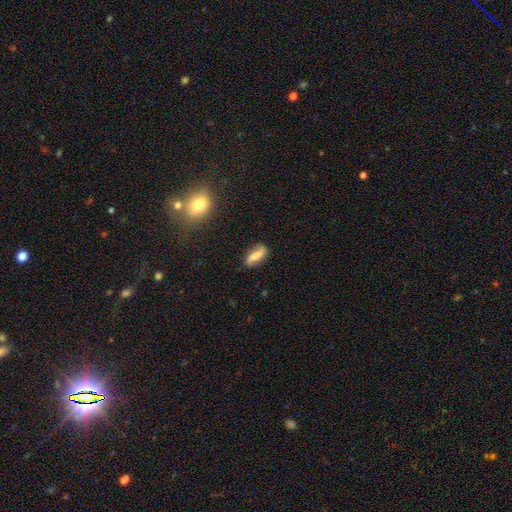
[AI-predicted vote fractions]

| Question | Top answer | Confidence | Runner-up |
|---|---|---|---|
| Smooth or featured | smooth | 52% | featured or disk (40%) |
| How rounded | in between | 68% | cigar-shaped (27%) |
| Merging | none | 78% | minor disturbance (16%) |